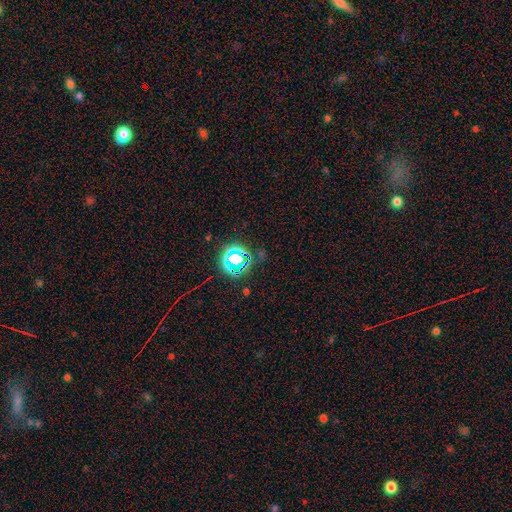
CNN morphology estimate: Smooth or featured? Predicted: star or artifact (p=0.75).